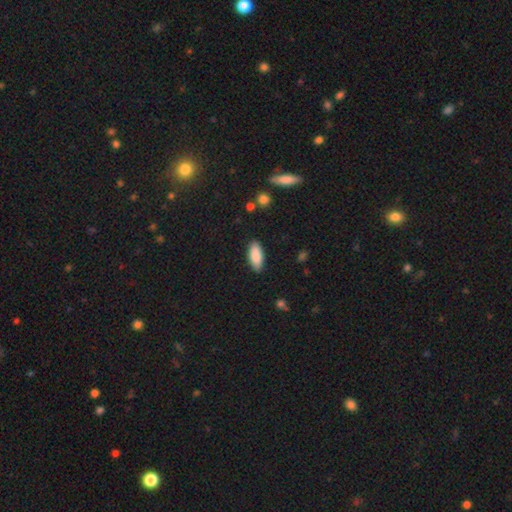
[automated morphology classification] Overall: smooth (86%). How rounded: in between (83%). Merging: none (87%).